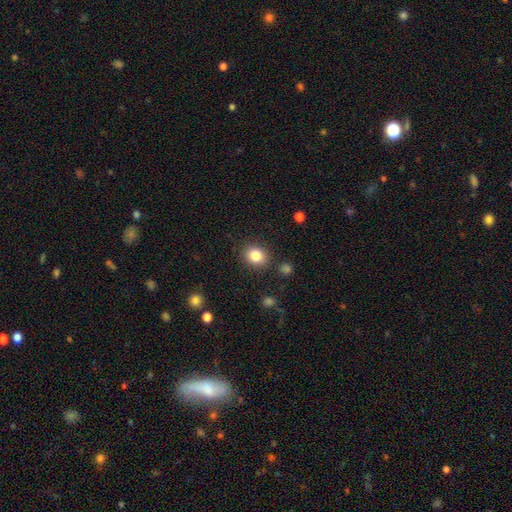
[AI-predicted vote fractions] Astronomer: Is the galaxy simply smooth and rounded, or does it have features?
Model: smooth — 83%.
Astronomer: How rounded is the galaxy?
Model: round — 61% (runner-up: in between, 38%).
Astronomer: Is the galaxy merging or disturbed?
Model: none — 86%.